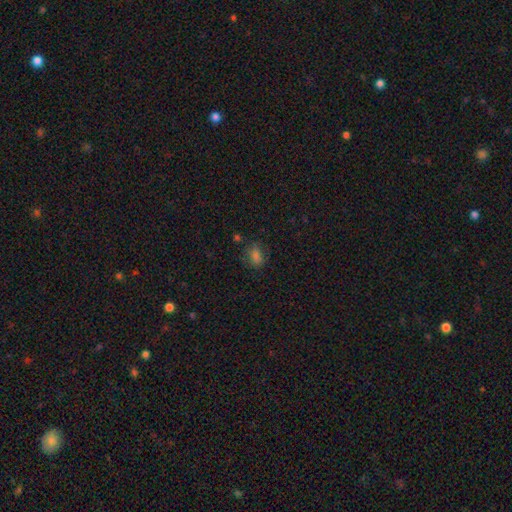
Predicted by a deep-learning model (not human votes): A smooth galaxy with no disk features (69%) that is in between round and cigar-shaped (66%).

Vote fractions:
- Smooth or featured? smooth: 69% / star or artifact: 22% / featured or disk: 9%
- How rounded? in between: 66% / round: 32% / cigar-shaped: 2%
- Merging? none: 75% / minor disturbance: 16% / major disturbance: 6% / merger: 3%